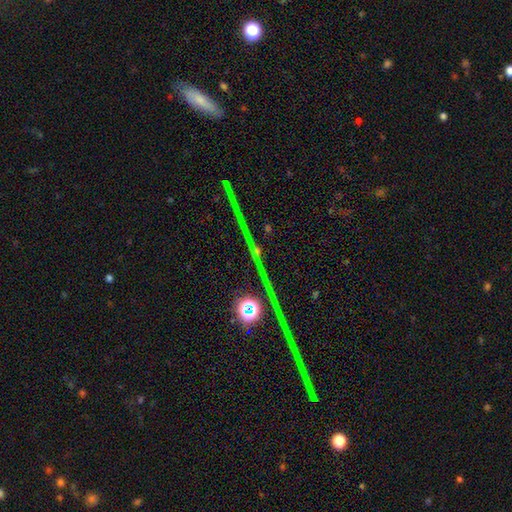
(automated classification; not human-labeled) The model was most divided on "smooth or featured": star or artifact: 76%, featured or disk: 14%, smooth: 10%.